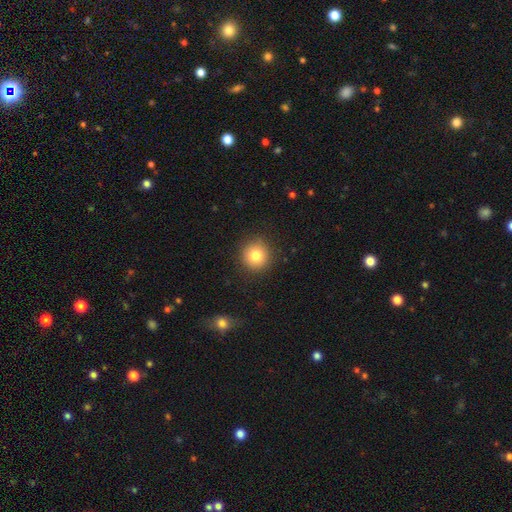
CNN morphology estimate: The model was most divided on "smooth or featured": smooth: 81%, star or artifact: 10%, featured or disk: 8%. More confident: how rounded — round (93%); merging — none (89%).